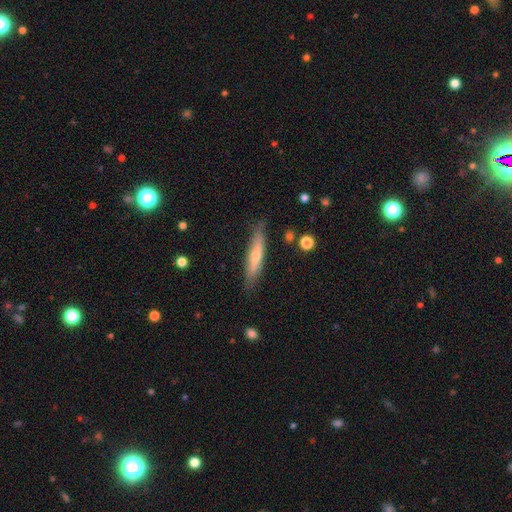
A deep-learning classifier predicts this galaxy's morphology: type=smooth (48%); merging=none (84%).